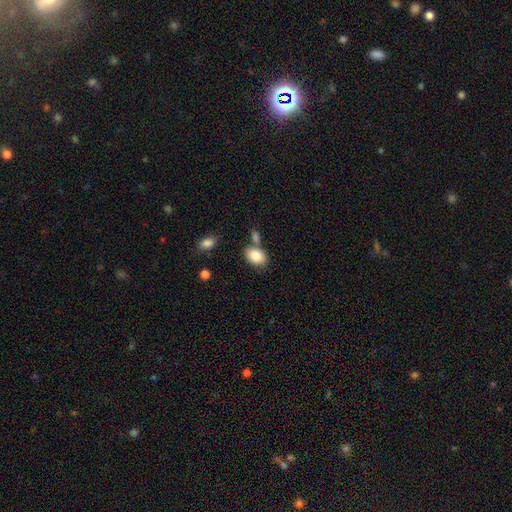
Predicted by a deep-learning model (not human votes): Smooth or featured? Predicted: smooth (p=0.85). How rounded? Predicted: in between (p=0.85). Merging? Predicted: none (p=0.66).